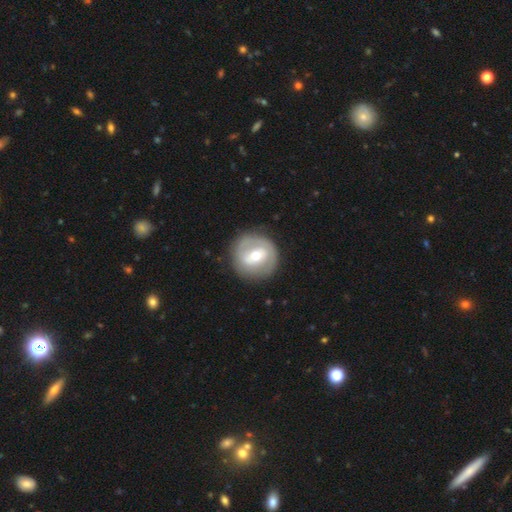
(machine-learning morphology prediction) This appears to be a featured or disk galaxy (61%) with a weak bar (42%), spiral arms (55%) and a moderate central bulge (66%). Merging: none (82%).